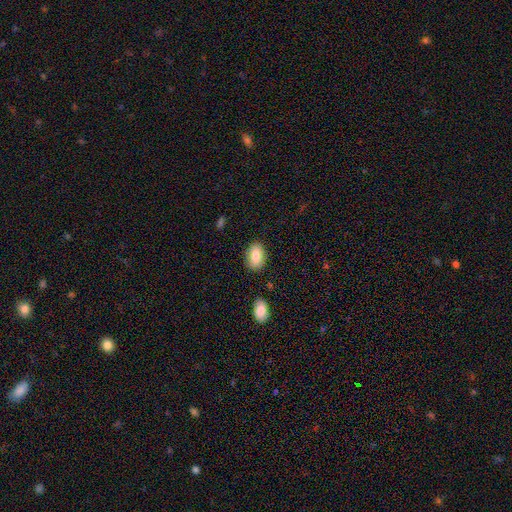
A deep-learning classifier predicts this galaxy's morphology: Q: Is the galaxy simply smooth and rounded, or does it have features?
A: smooth — 84%.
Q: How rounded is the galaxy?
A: in between — 89%.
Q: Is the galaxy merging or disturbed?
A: none — 84%.